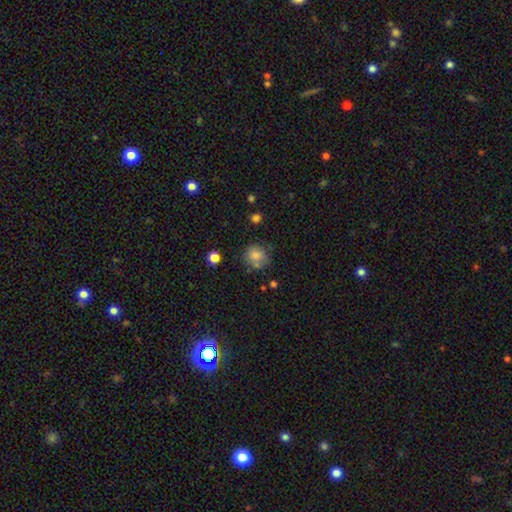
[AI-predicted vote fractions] smooth_or_featured: smooth (p=0.78) [alt: featured or disk p=0.12]
how_rounded: round (p=0.78) [alt: in between p=0.21]
merging: none (p=0.62) [alt: minor disturbance p=0.22]